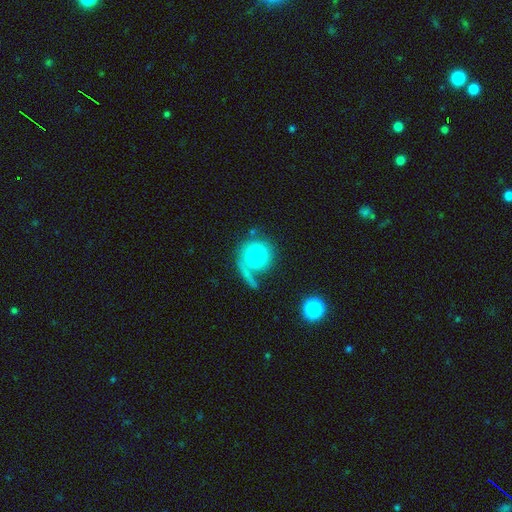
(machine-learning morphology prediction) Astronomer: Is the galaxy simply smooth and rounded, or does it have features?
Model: smooth — 69%.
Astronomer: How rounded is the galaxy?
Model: round — 90%.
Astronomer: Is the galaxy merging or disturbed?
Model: none — 52%.